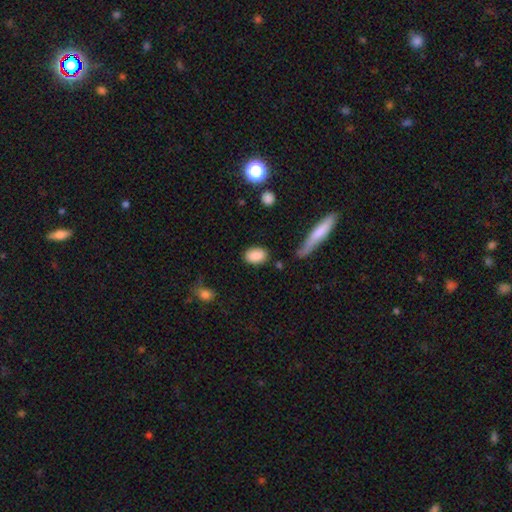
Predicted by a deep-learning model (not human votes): Morphology: type=smooth (86%); roundness=in between (85%); merging=none (82%).